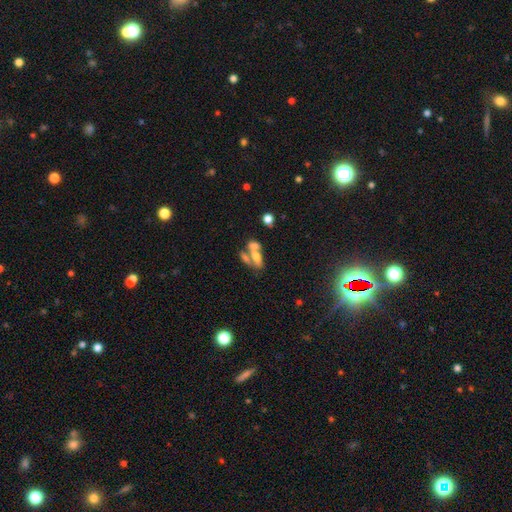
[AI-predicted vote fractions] smooth_or_featured: smooth (p=0.56) [alt: featured or disk p=0.33]
how_rounded: in between (p=0.77) [alt: cigar-shaped p=0.15]
merging: merger (p=0.60) [alt: none p=0.24]